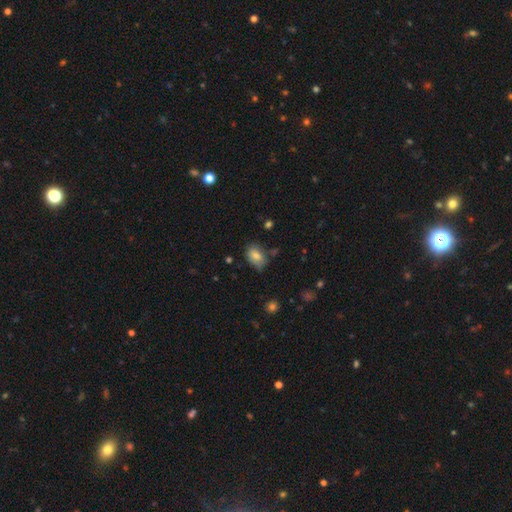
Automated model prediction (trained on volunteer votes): Smooth or featured: smooth — 80% (featured or disk — 11%)
How rounded: in between — 81% (round — 18%)
Merging: none — 66% (minor disturbance — 25%)